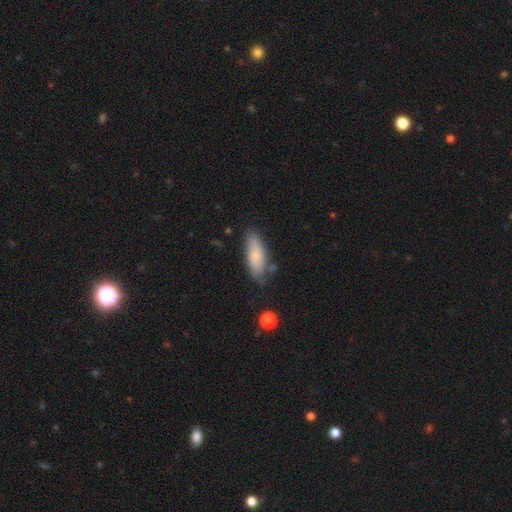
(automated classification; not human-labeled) smooth-or-featured: smooth: 74% | featured or disk: 19% | star or artifact: 7%
  how-rounded: in between: 68% | cigar-shaped: 30% | round: 2%
  merging: none: 69% | minor disturbance: 22% | major disturbance: 5% | merger: 4%